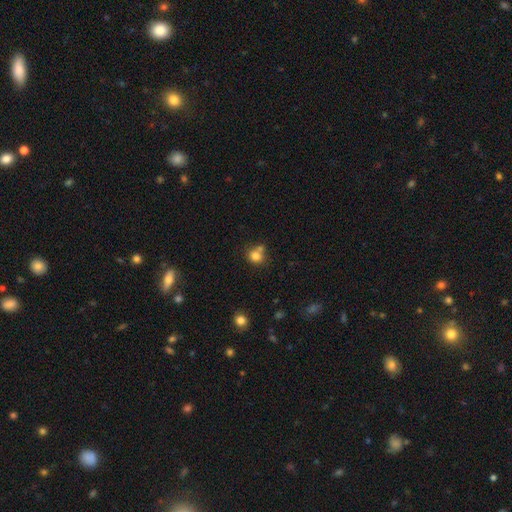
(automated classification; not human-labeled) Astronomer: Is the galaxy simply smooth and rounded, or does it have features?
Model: smooth — 80%.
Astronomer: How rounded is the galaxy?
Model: round — 78%.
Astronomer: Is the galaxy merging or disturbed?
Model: none — 55%.